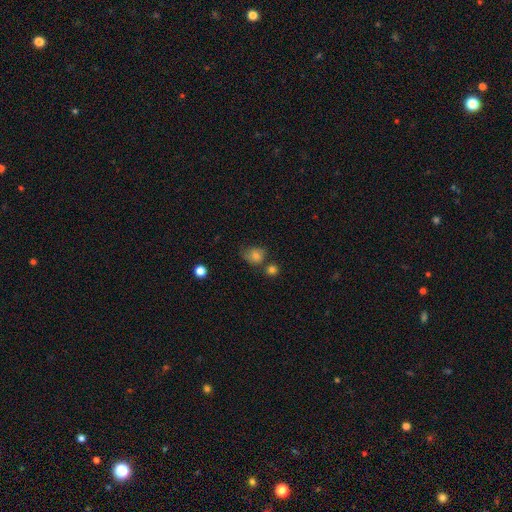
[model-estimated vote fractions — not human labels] A smooth galaxy with no disk features (72%) that is round (62%).

Vote fractions:
- Smooth or featured? smooth: 72% / star or artifact: 15% / featured or disk: 13%
- How rounded? round: 62% / in between: 37% / cigar-shaped: 1%
- Merging? none: 51% / minor disturbance: 25% / merger: 12% / major disturbance: 12%